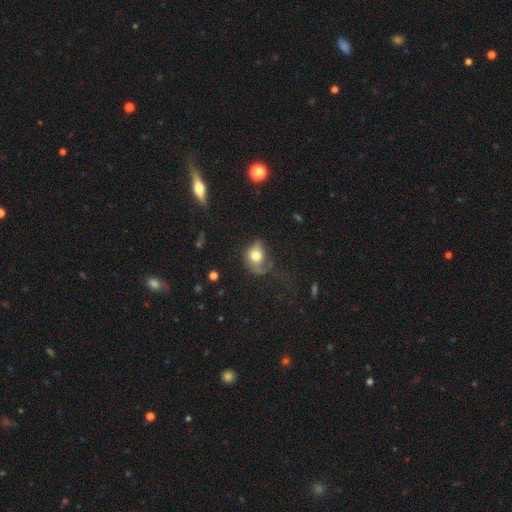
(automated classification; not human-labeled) A smooth galaxy with no disk features (68%) that is in between round and cigar-shaped (54%).

Vote fractions:
- Smooth or featured? smooth: 68% / featured or disk: 23% / star or artifact: 9%
- How rounded? in between: 54% / round: 45% / cigar-shaped: 1%
- Merging? major disturbance: 36% / none: 31% / minor disturbance: 29% / merger: 3%